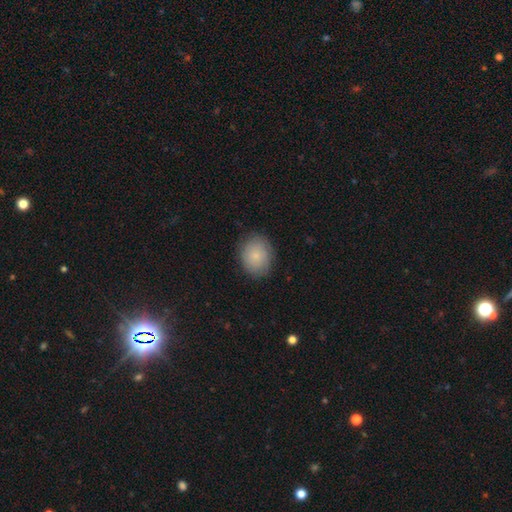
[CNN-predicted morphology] Smooth or featured? smooth (82%)
How rounded? round (54%)
Merging? none (83%)